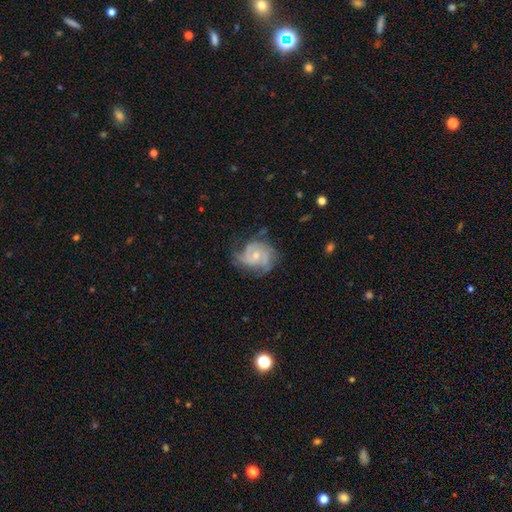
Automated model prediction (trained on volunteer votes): featured or disk 81%, smooth 13%, star or artifact 6%. Down the decision tree: edge-on disk — no (98%); bar — no (68%); spiral arms — yes (94%); spiral arm count — 2 (38%); spiral winding — tight (46%); bulge size — small (51%); merging — none (59%).